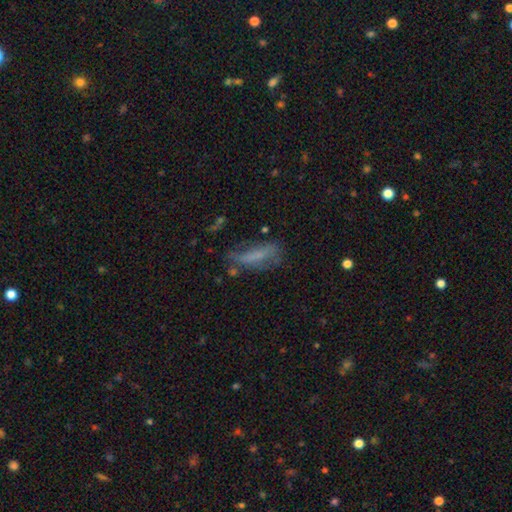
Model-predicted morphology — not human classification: A smooth galaxy with no disk features (55%) that is cigar-shaped (51%). Merging: none (46%).